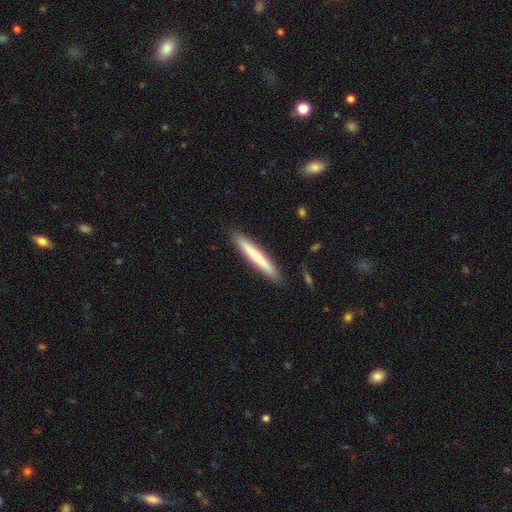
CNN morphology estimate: Smooth or featured: smooth — 71% (featured or disk — 24%)
How rounded: cigar-shaped — 96% (in between — 3%)
Merging: none — 90% (minor disturbance — 7%)